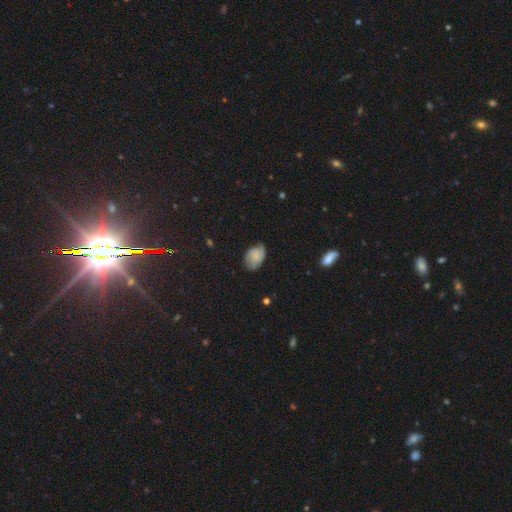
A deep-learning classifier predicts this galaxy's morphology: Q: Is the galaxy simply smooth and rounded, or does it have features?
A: smooth — 53%.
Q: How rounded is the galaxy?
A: in between — 80%.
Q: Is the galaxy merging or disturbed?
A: none — 61%.